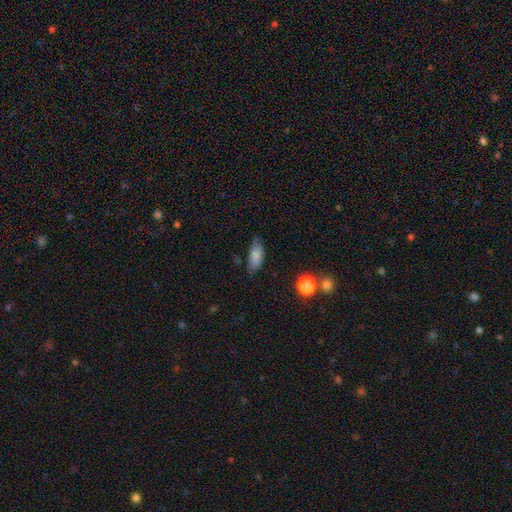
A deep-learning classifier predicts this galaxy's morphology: This appears to be a smooth galaxy with no disk features (81%) that is in between round and cigar-shaped (82%). Merging: none (67%).